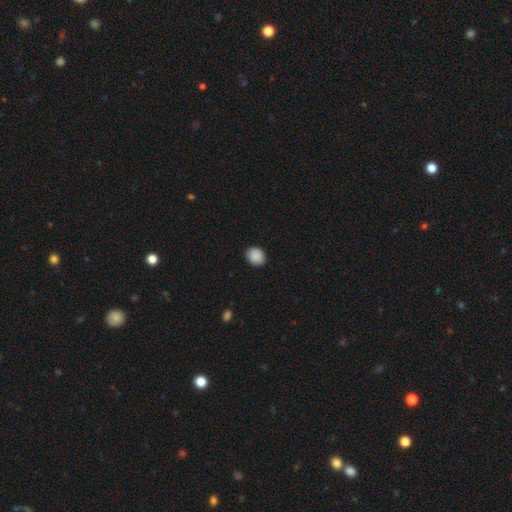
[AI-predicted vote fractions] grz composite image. It shows a smooth galaxy with no disk features (90%) that is round (62%). Merging: none (89%).